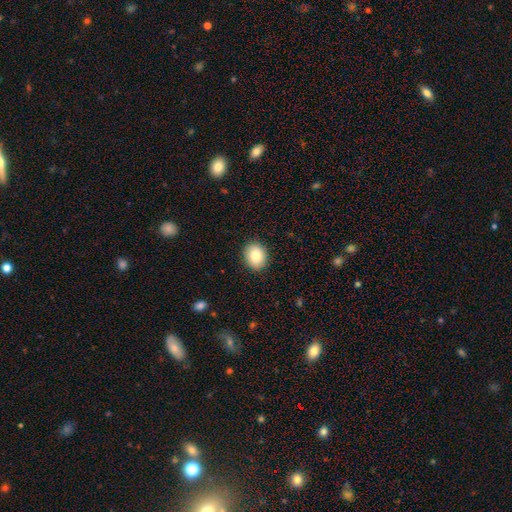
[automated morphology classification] Q: Smooth or featured?
A: smooth (86%); runner-up: star or artifact (8%)
Q: How rounded?
A: round (57%); runner-up: in between (43%)
Q: Merging?
A: none (89%); runner-up: minor disturbance (8%)